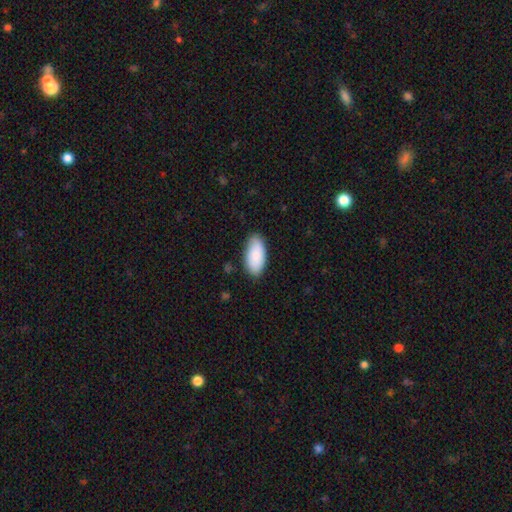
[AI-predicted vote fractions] smooth 89%, featured or disk 6%, star or artifact 6%. Down the decision tree: how rounded — in between (94%); merging — none (84%).